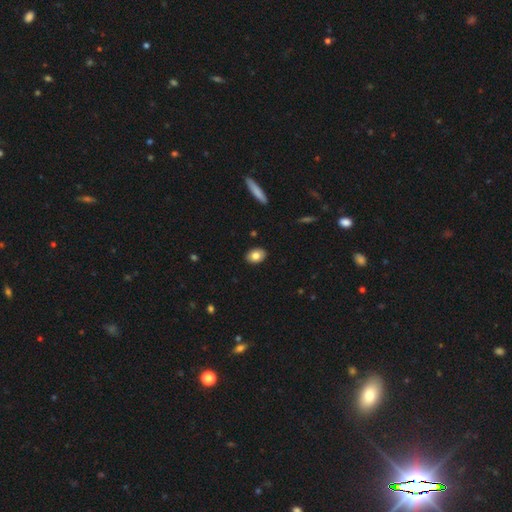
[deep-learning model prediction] Smooth or featured? Predicted: smooth (p=0.81). How rounded? Predicted: in between (p=0.81). Merging? Predicted: none (p=0.90).